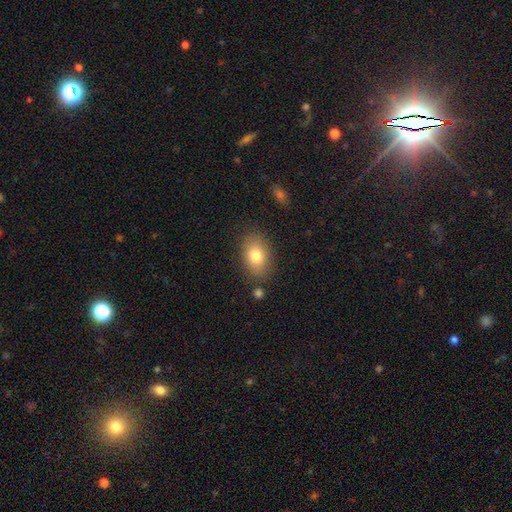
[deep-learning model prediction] Overall: smooth (79%). How rounded: in between (82%). Merging: none (83%).